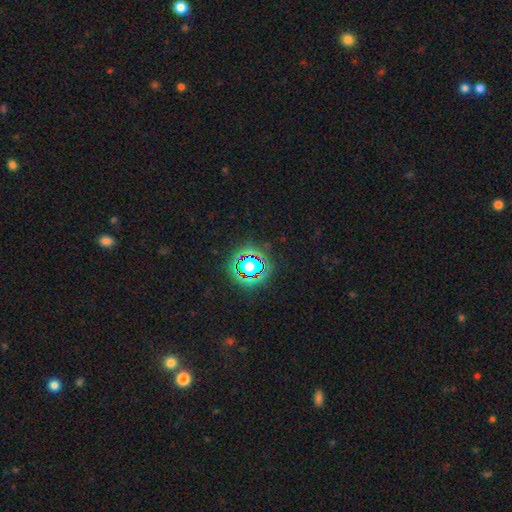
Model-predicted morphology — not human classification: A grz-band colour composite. It shows a star or artifact, not a galaxy (80%).